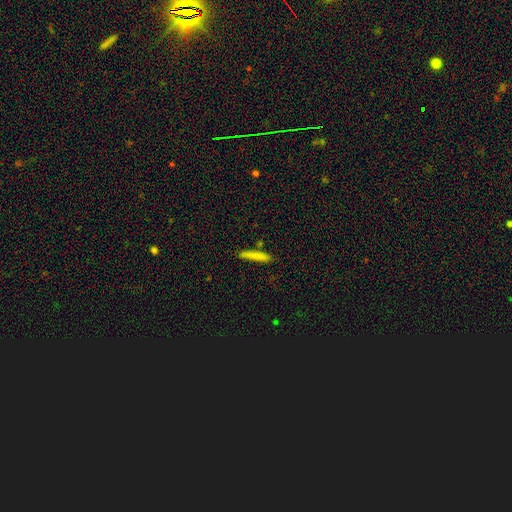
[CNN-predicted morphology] Smooth or featured? Predicted: smooth (p=0.79). How rounded? Predicted: cigar-shaped (p=0.93). Merging? Predicted: none (p=0.81).